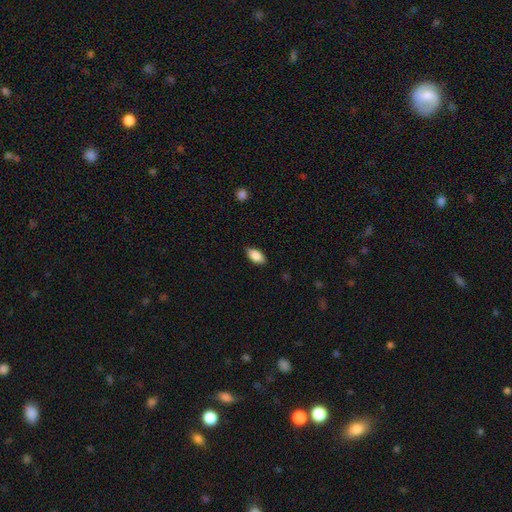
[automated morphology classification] smooth-or-featured: smooth: 86% | featured or disk: 7% | star or artifact: 7%
  how-rounded: in between: 92% | cigar-shaped: 5% | round: 3%
  merging: none: 85% | minor disturbance: 12% | major disturbance: 2% | merger: 1%